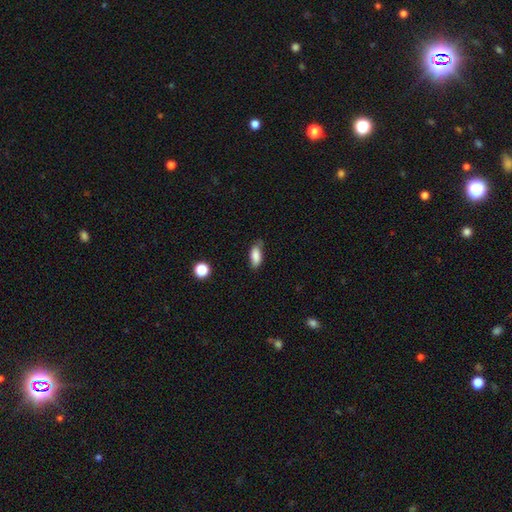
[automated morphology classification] This is clearly a smooth galaxy (84%). How rounded: clearly in between (83%). Merging: likely none (63%).